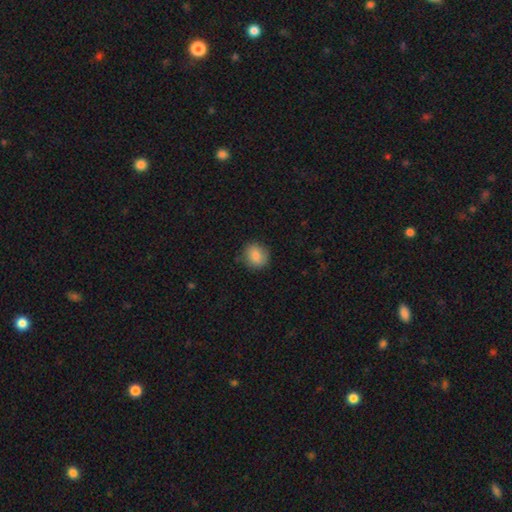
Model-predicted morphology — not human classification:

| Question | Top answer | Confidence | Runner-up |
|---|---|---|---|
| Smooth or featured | smooth | 84% | star or artifact (8%) |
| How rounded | round | 78% | in between (21%) |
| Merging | none | 85% | minor disturbance (11%) |